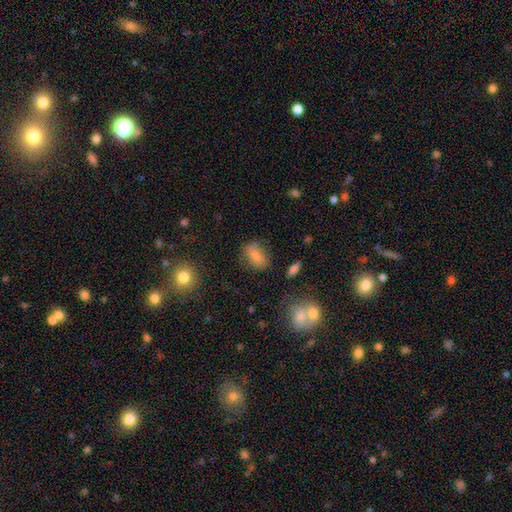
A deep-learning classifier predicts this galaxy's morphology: The model was most divided on "merging": none: 73%, minor disturbance: 18%, major disturbance: 6%, merger: 3%. More confident: how rounded — in between (82%); smooth or featured — smooth (77%).